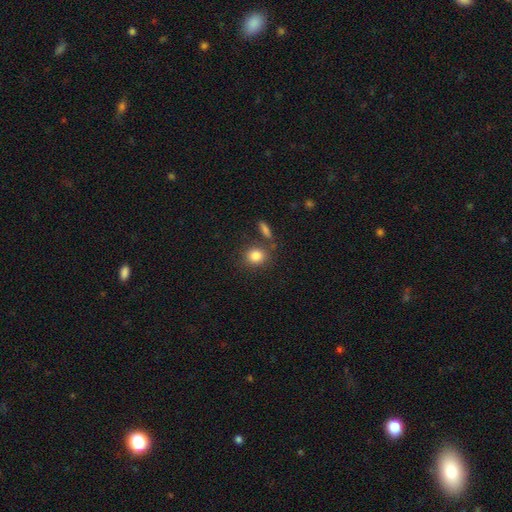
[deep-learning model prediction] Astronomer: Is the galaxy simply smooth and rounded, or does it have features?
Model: smooth — 83%.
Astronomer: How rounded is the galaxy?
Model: round — 73%.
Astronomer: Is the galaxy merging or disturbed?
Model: none — 73%.